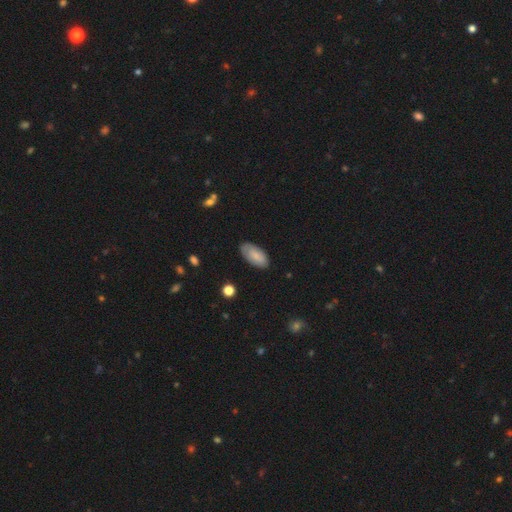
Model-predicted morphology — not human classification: smooth_or_featured: smooth (p=0.79) [alt: featured or disk p=0.15]
how_rounded: in between (p=0.93) [alt: cigar-shaped p=0.05]
merging: none (p=0.80) [alt: minor disturbance p=0.16]